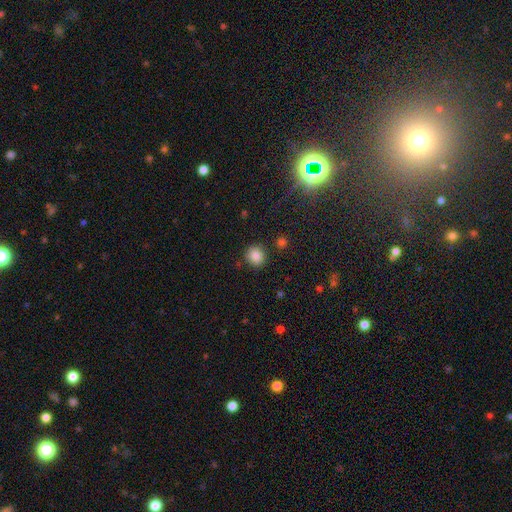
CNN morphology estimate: Q: Smooth or featured?
A: smooth (85%); runner-up: star or artifact (11%)
Q: How rounded?
A: round (83%); runner-up: in between (16%)
Q: Merging?
A: none (85%); runner-up: minor disturbance (9%)